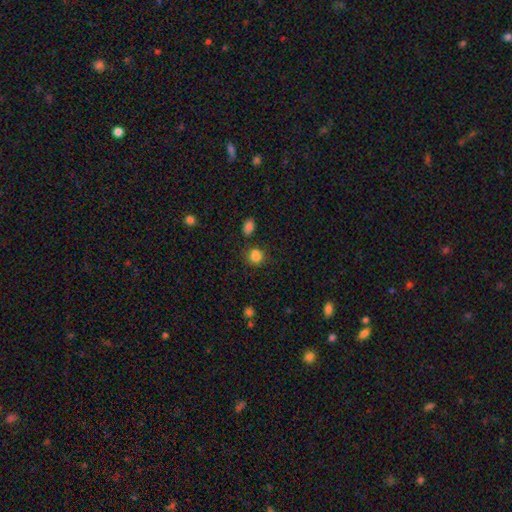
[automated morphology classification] Smooth or featured?
  - smooth: 83% *
  - star or artifact: 12%
  - featured or disk: 5%
How rounded?
  - round: 70% *
  - in between: 29%
  - cigar-shaped: 1%
Merging?
  - none: 71% *
  - minor disturbance: 15%
  - merger: 9%
  - major disturbance: 5%